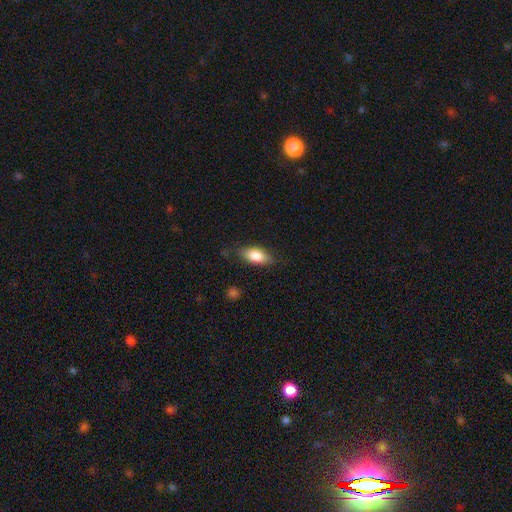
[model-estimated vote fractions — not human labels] Smooth or featured: smooth — 83% (featured or disk — 10%)
How rounded: in between — 85% (cigar-shaped — 12%)
Merging: none — 81% (minor disturbance — 15%)